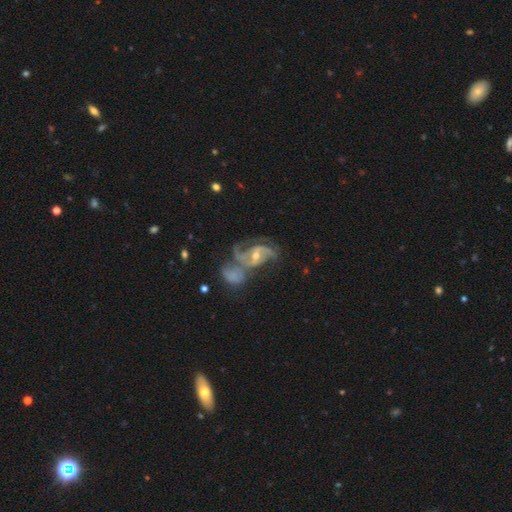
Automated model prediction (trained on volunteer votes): A featured or disk galaxy (87%) with no bar (43%), 2 (55%) medium (52%) spiral arms (97%) and a small central bulge (48%). Merging: merger (43%).